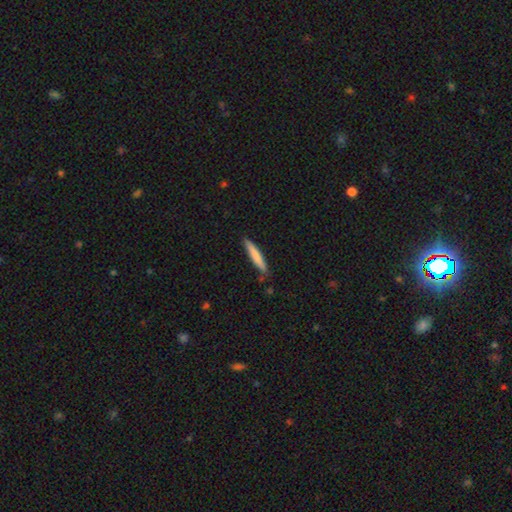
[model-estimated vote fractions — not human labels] smooth 75%, featured or disk 20%, star or artifact 5%. Down the decision tree: how rounded — cigar-shaped (93%); merging — none (85%).